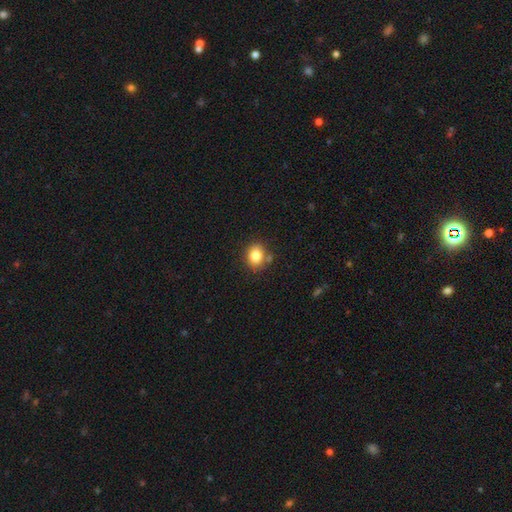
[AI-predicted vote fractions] This appears to be a smooth galaxy with no disk features (82%) that is round (61%). Merging: none (77%).